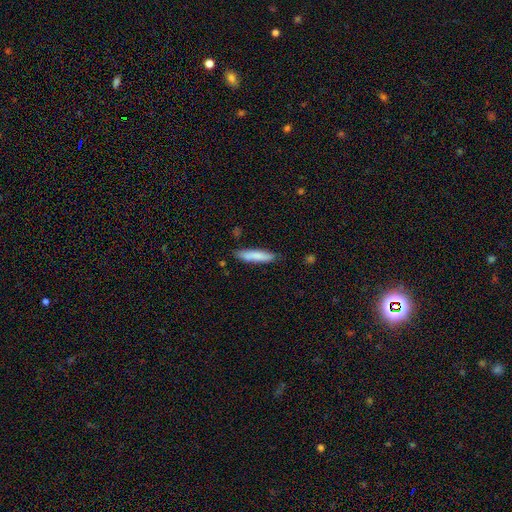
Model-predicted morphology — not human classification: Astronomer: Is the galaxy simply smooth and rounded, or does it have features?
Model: smooth — 82%.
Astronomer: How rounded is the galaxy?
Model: cigar-shaped — 82%.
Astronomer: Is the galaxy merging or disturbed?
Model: none — 82%.